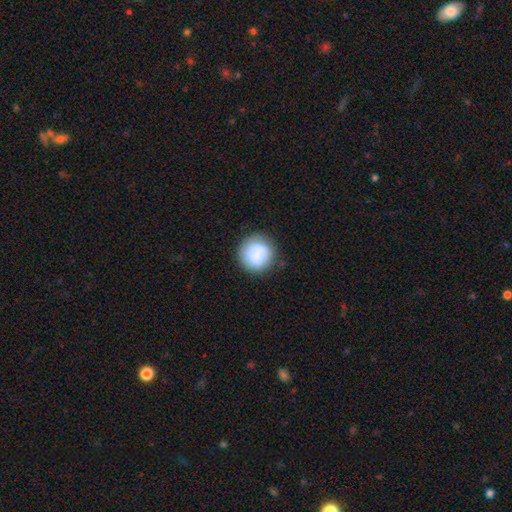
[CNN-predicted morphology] This is clearly a smooth galaxy (80%). How rounded: clearly round (93%). Merging: clearly none (82%).